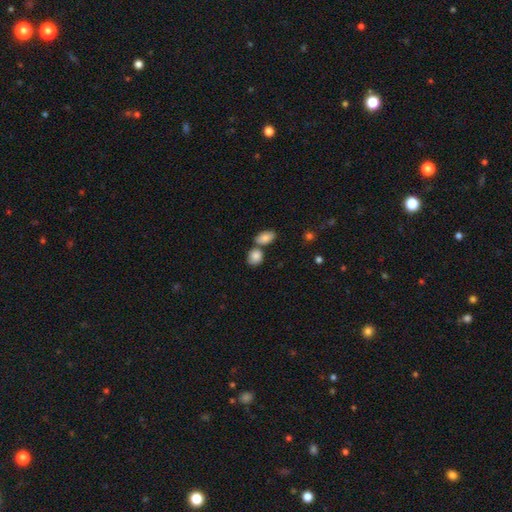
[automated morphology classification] smooth-or-featured: smooth: 86% | star or artifact: 8% | featured or disk: 6%
  how-rounded: in between: 51% | round: 47% | cigar-shaped: 2%
  merging: none: 51% | merger: 33% | minor disturbance: 12% | major disturbance: 4%